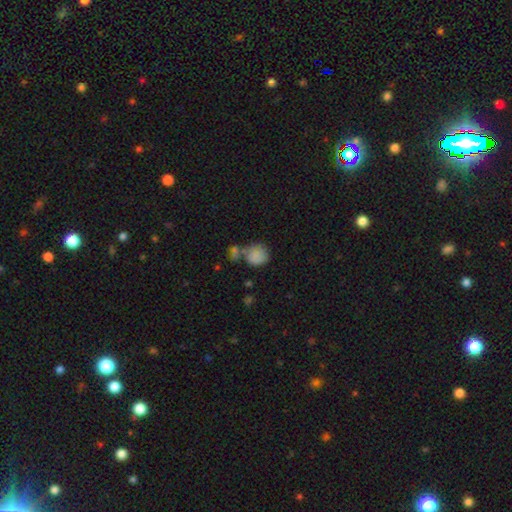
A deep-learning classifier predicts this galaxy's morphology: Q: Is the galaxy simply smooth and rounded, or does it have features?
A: smooth — 78%.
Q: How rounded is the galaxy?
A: round — 72%.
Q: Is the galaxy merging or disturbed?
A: none — 40%.